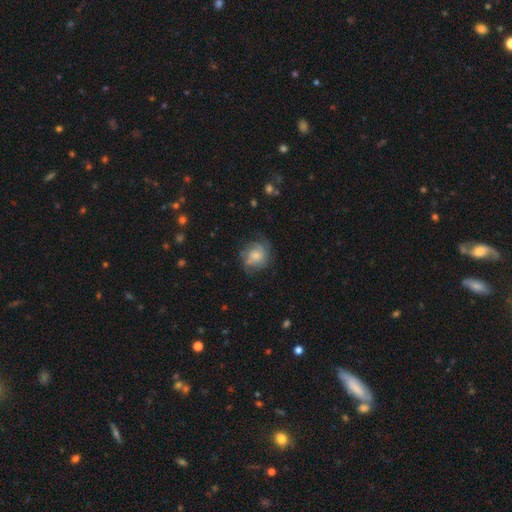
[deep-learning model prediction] Morphology: type=featured or disk (51%); edge-on=no (97%); bar=no (77%); spiral arms=yes (77%); bulge=small (45%); merging=none (59%).